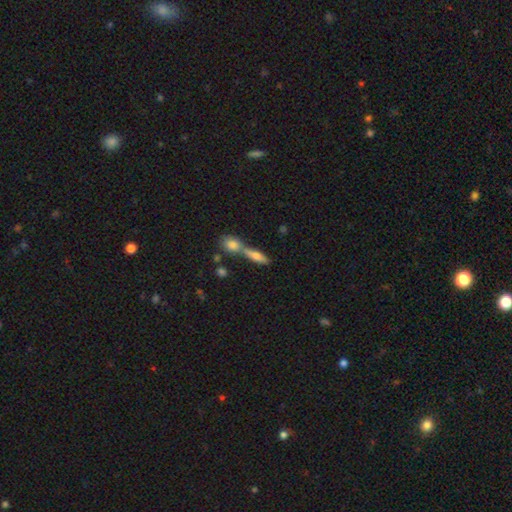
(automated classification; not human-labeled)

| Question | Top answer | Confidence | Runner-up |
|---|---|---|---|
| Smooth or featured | smooth | 66% | featured or disk (25%) |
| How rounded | cigar-shaped | 51% | in between (44%) |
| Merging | merger | 46% | none (42%) |